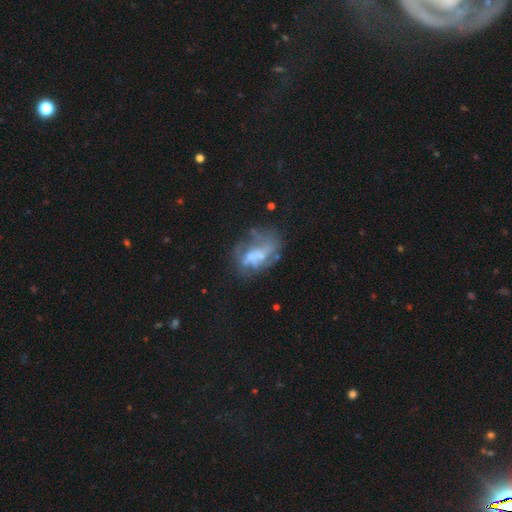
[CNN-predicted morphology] Overall: featured or disk (62%; smooth 26%). Edge-on disk: no (97%). Bar: no (74%). Spiral arms: no (72%). Bulge size: none (46%; moderate 23%). Merging: none (36%; major disturbance 33%).